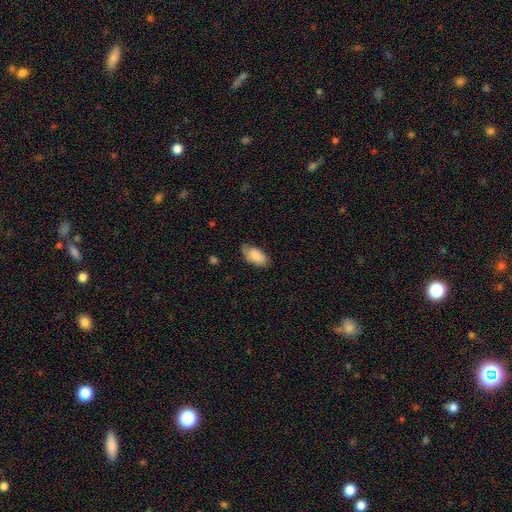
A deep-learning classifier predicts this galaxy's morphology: This appears to be a smooth galaxy with no disk features (85%) that is in between round and cigar-shaped (94%). Merging: none (70%).